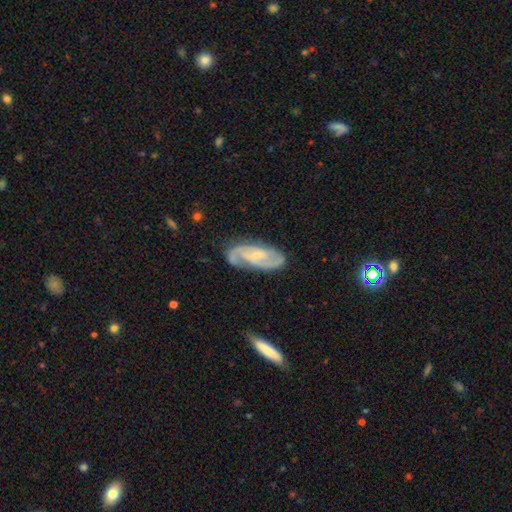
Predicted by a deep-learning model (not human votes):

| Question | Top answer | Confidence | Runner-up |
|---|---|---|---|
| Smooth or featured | featured or disk | 84% | smooth (10%) |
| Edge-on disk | no | 95% | yes (5%) |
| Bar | no | 45% | weak (41%) |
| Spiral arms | yes | 97% | no (3%) |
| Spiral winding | medium | 47% | tight (42%) |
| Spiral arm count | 2 | 82% | can't tell (7%) |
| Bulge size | small | 57% | moderate (22%) |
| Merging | none | 78% | minor disturbance (16%) |